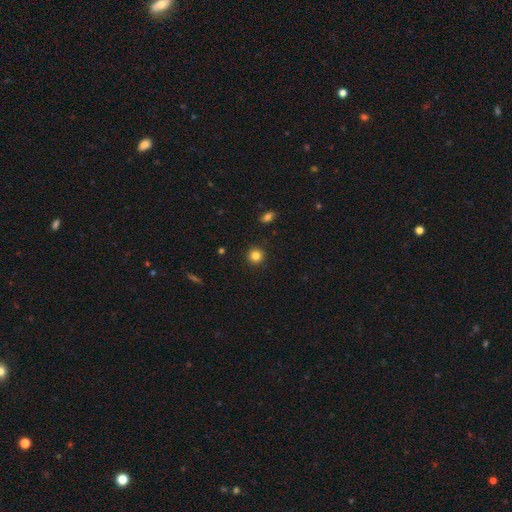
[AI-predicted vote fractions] smooth_or_featured: smooth (p=0.84) [alt: star or artifact p=0.11]
how_rounded: round (p=0.94) [alt: in between p=0.05]
merging: none (p=0.92) [alt: minor disturbance p=0.05]